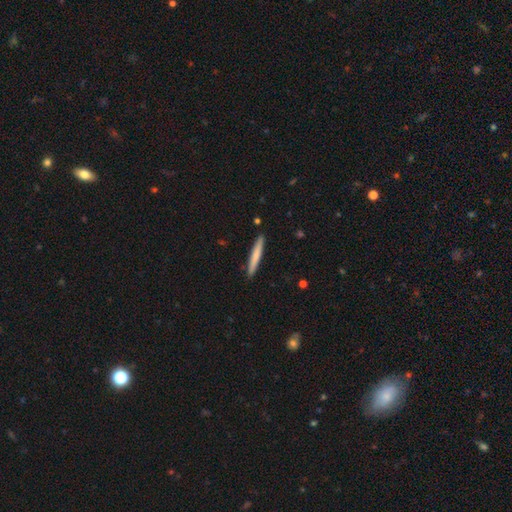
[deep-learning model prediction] Overall: smooth (70%). How rounded: cigar-shaped (96%). Merging: none (91%).